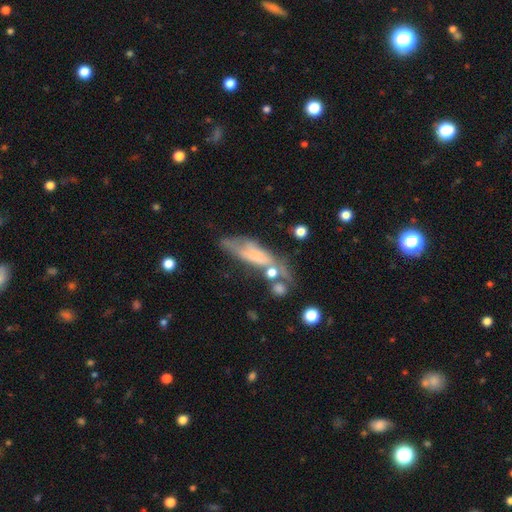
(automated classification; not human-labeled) Smooth or featured? Predicted: smooth (p=0.45, tied with featured or disk). Merging? Predicted: none (p=0.37).